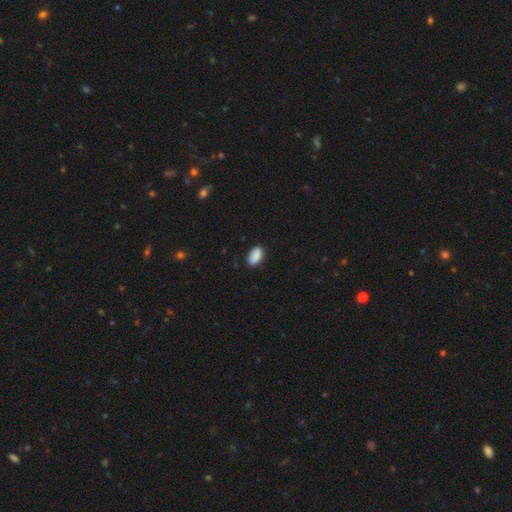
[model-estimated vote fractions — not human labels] A smooth galaxy with no disk features (88%) that is in between round and cigar-shaped (93%).

Vote fractions:
- Smooth or featured? smooth: 88% / star or artifact: 7% / featured or disk: 5%
- How rounded? in between: 93% / round: 5% / cigar-shaped: 3%
- Merging? none: 84% / minor disturbance: 13% / major disturbance: 2% / merger: 1%